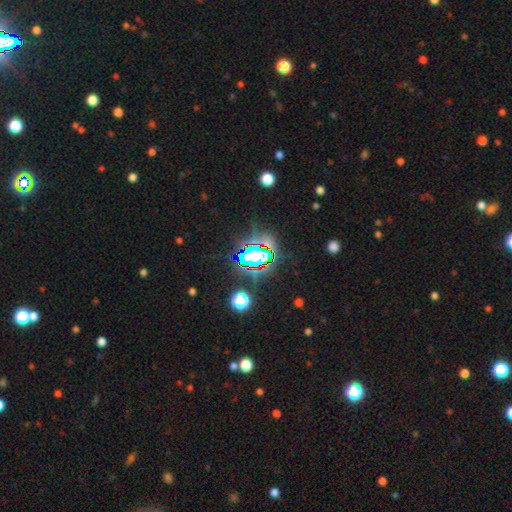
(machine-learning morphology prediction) A star or artifact, not a galaxy (66%).